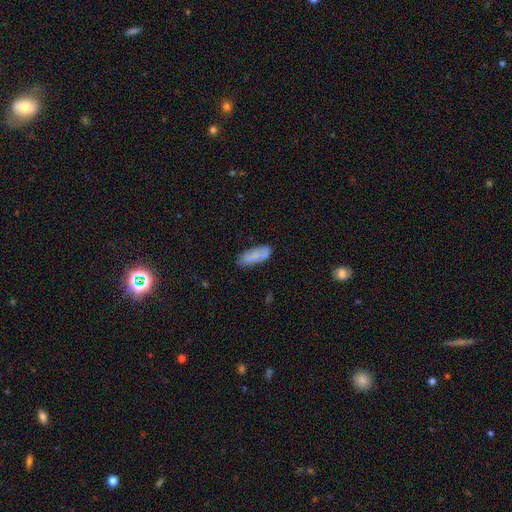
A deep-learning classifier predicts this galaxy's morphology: Q: Smooth or featured?
A: smooth (80%); runner-up: featured or disk (13%)
Q: How rounded?
A: in between (76%); runner-up: cigar-shaped (22%)
Q: Merging?
A: none (73%); runner-up: minor disturbance (20%)